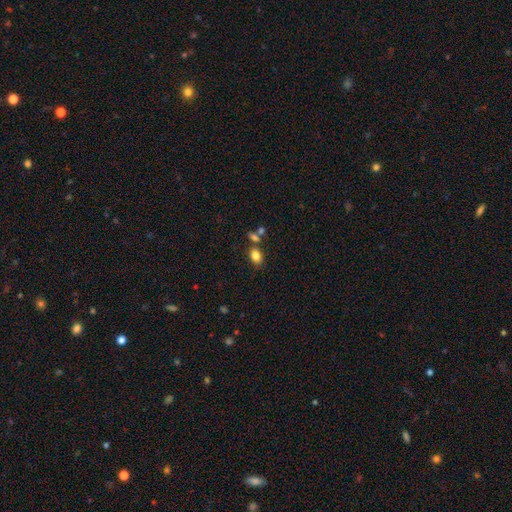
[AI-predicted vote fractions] Smooth or featured?
  - smooth: 83% *
  - star or artifact: 10%
  - featured or disk: 7%
How rounded?
  - in between: 76% *
  - round: 22%
  - cigar-shaped: 2%
Merging?
  - none: 68% *
  - merger: 15%
  - minor disturbance: 13%
  - major disturbance: 4%